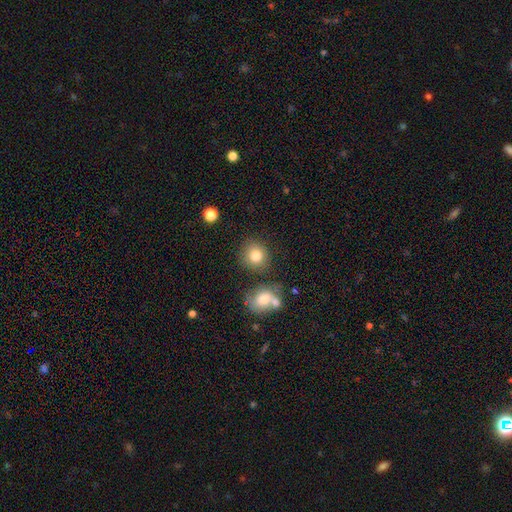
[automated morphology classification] The model was most divided on "merging": none: 79%, minor disturbance: 10%, merger: 7%, major disturbance: 4%. More confident: how rounded — round (87%); smooth or featured — smooth (81%).